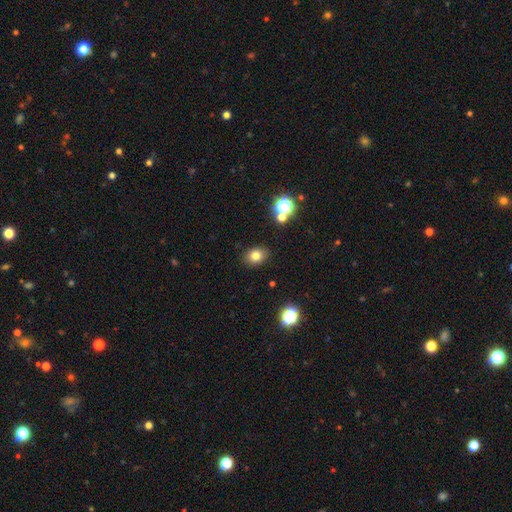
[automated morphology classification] Q: Smooth or featured?
A: smooth (79%); runner-up: star or artifact (13%)
Q: How rounded?
A: in between (62%); runner-up: round (37%)
Q: Merging?
A: none (87%); runner-up: minor disturbance (8%)